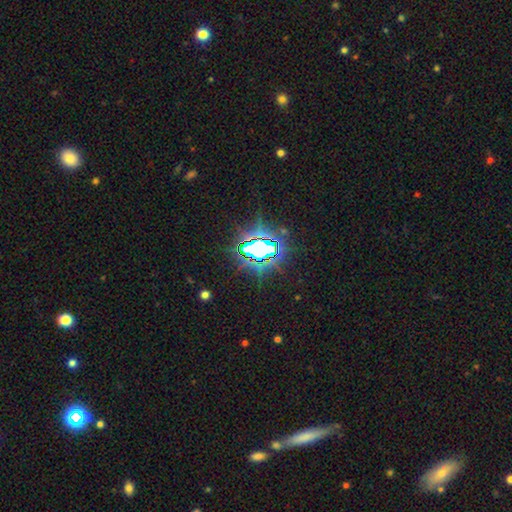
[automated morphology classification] star or artifact 76%, smooth 13%, featured or disk 10%.